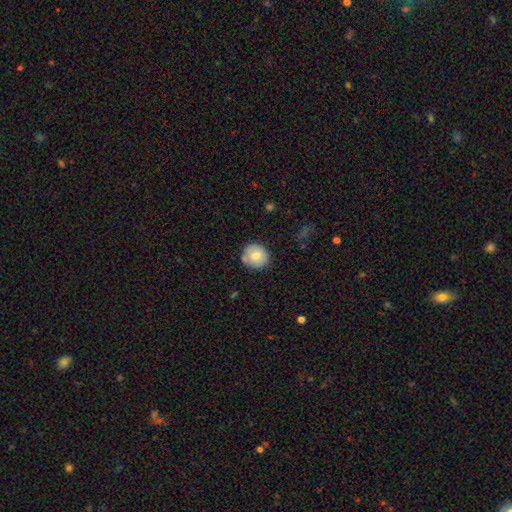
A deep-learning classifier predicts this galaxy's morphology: Smooth or featured? smooth (75%)
How rounded? round (88%)
Merging? none (77%)